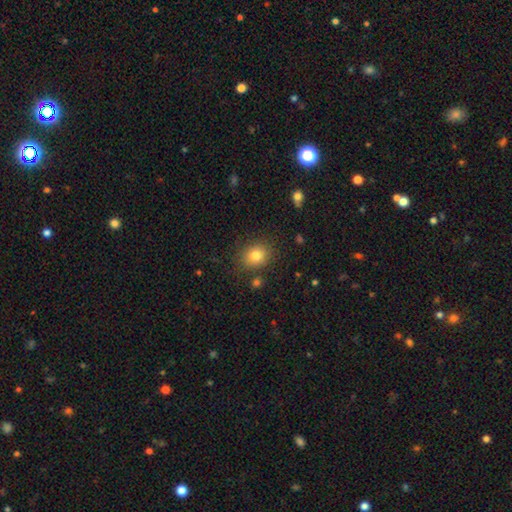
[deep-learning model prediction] smooth 80%, star or artifact 12%, featured or disk 8%. Down the decision tree: how rounded — round (59%); merging — none (83%).